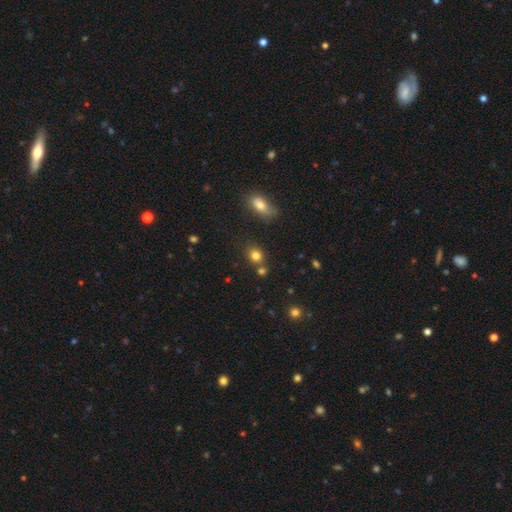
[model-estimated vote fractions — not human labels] Overall: smooth (80%). How rounded: round (65%; in between 33%). Merging: none (67%).